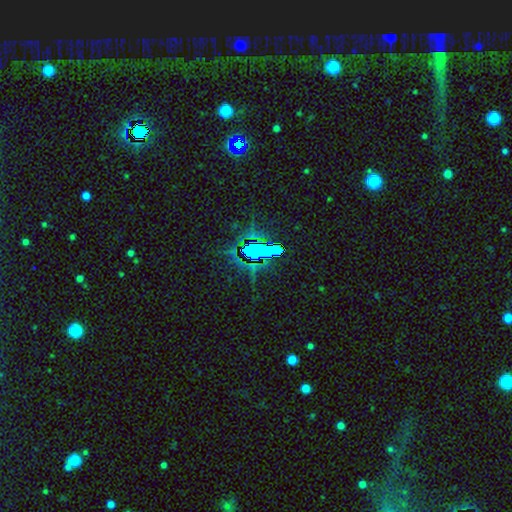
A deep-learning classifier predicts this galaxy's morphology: The model was most divided on "smooth or featured": star or artifact: 72%, smooth: 16%, featured or disk: 12%.